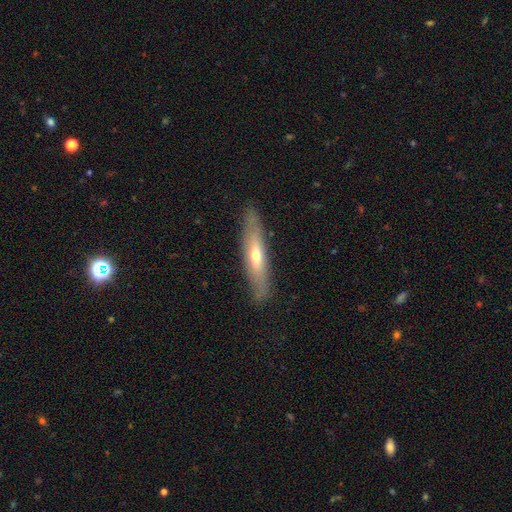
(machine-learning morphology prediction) Smooth or featured?
  - featured or disk: 50% *
  - smooth: 44%
  - star or artifact: 6%
Merging?
  - none: 83% *
  - minor disturbance: 12%
  - major disturbance: 3%
  - merger: 1%